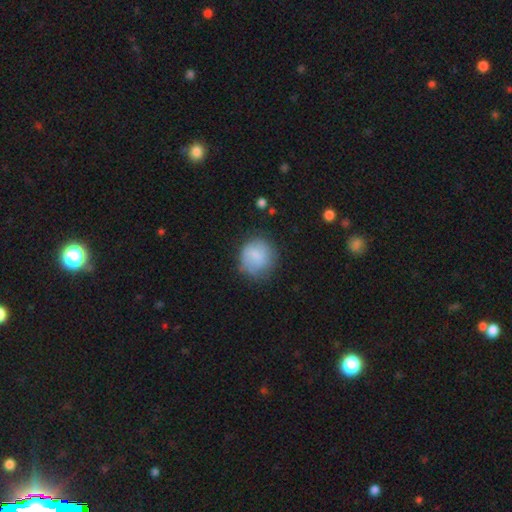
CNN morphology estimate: Smooth or featured?
  - smooth: 77% *
  - featured or disk: 16%
  - star or artifact: 7%
How rounded?
  - round: 81% *
  - in between: 18%
  - cigar-shaped: 1%
Merging?
  - none: 63% *
  - minor disturbance: 25%
  - major disturbance: 10%
  - merger: 2%